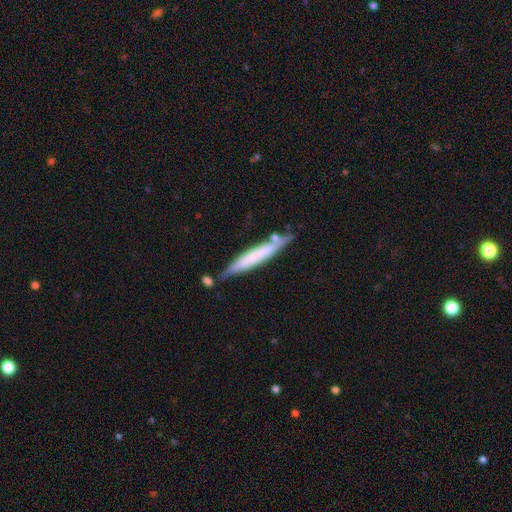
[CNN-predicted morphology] Smooth or featured?
  - smooth: 55% *
  - featured or disk: 39%
  - star or artifact: 6%
How rounded?
  - cigar-shaped: 94% *
  - in between: 5%
  - round: 1%
Merging?
  - none: 70% *
  - minor disturbance: 17%
  - merger: 9%
  - major disturbance: 3%